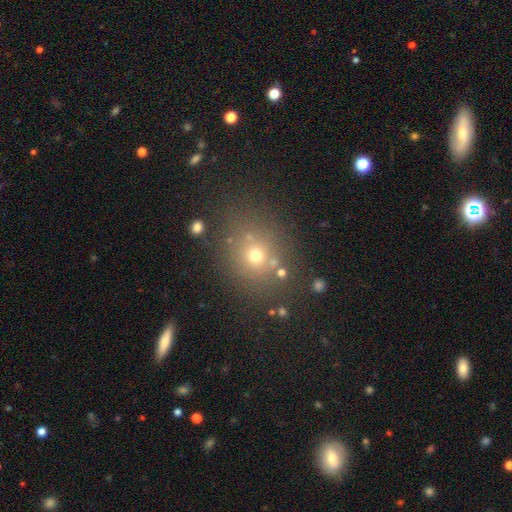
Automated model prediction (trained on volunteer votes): Smooth or featured? Predicted: smooth (p=0.65). How rounded? Predicted: round (p=0.78). Merging? Predicted: none (p=0.75).